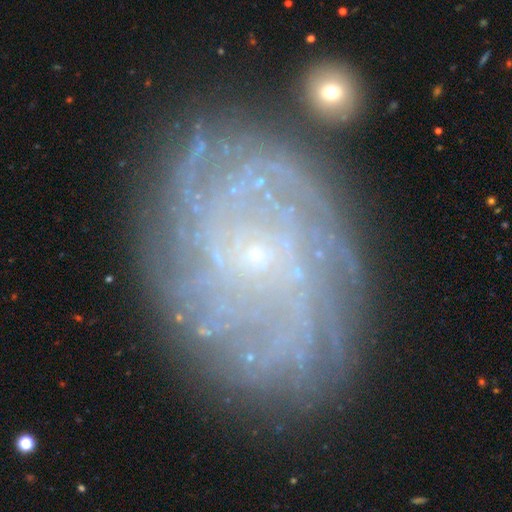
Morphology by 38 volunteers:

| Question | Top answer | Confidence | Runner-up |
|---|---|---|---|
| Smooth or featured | featured or disk | 89% | smooth (8%) |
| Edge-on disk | no | 91% | yes (9%) |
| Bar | no | 87% | weak (10%) |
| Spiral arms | yes | 97% | no (3%) |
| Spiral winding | tight | 47% | medium (30%) |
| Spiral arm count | more than 4 | 60% | can't tell (20%) |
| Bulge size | small | 97% | moderate (3%) |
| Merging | none | 86% | major disturbance (5%) |